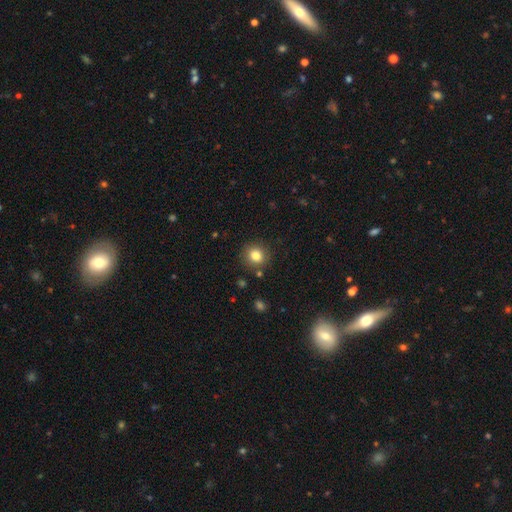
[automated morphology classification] Overall: smooth (82%). How rounded: round (87%). Merging: none (87%).